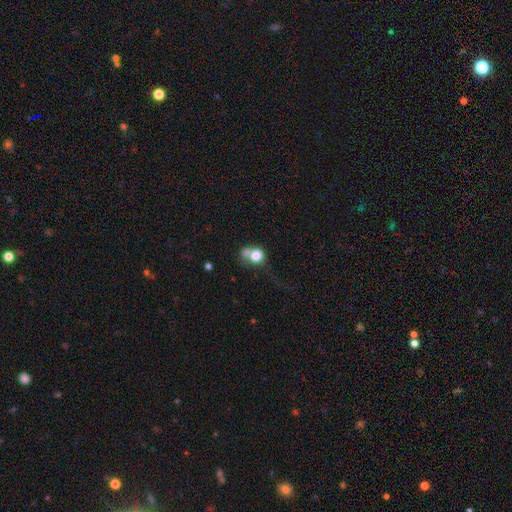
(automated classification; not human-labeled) Smooth or featured? Predicted: smooth (p=0.72). How rounded? Predicted: round (p=0.67). Merging? Predicted: merger (p=0.39).